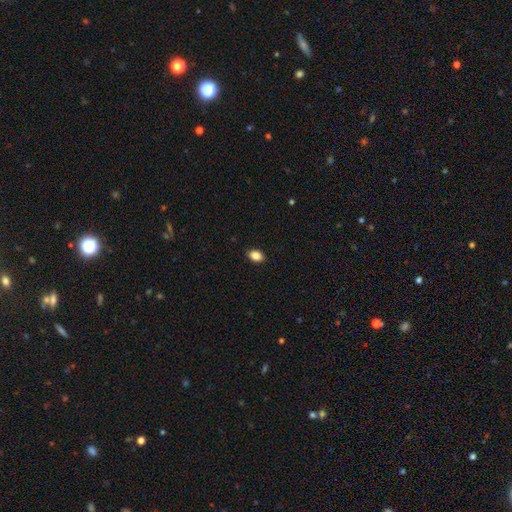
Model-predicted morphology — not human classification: This appears to be a smooth galaxy with no disk features (87%) that is in between round and cigar-shaped (81%). Merging: none (90%).